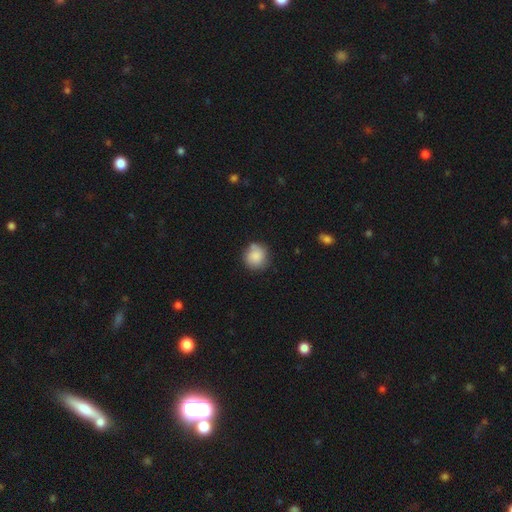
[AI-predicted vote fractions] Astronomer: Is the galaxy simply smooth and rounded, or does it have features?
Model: smooth — 85%.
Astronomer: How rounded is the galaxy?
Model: round — 90%.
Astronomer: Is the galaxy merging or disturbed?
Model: none — 73%.